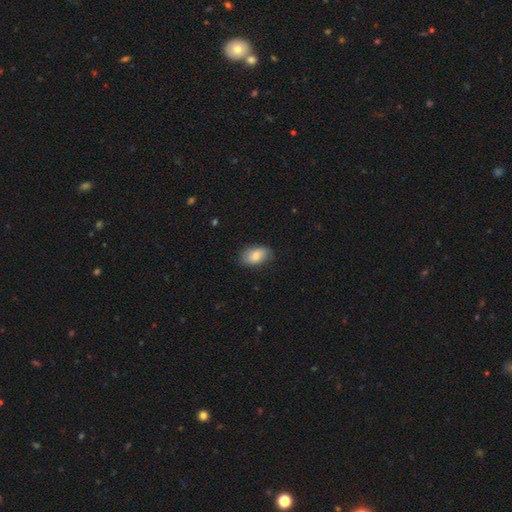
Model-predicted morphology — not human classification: smooth-or-featured: smooth: 81% | featured or disk: 12% | star or artifact: 7%
  how-rounded: in between: 91% | round: 7% | cigar-shaped: 2%
  merging: none: 78% | minor disturbance: 17% | major disturbance: 4% | merger: 1%